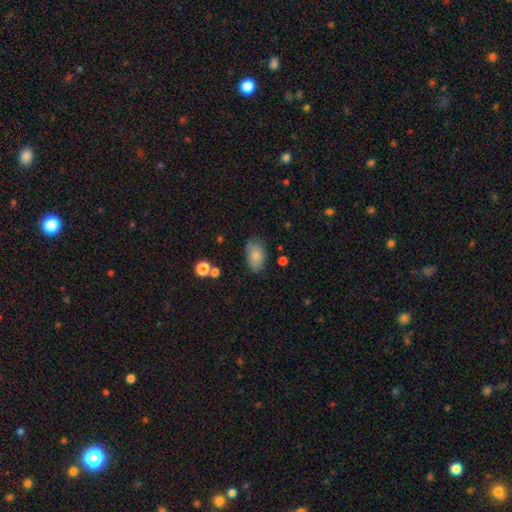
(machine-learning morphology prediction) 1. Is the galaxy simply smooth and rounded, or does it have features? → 82% smooth, 10% featured or disk, 8% star or artifact.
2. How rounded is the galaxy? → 91% in between, 7% round, 2% cigar-shaped.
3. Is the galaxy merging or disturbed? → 75% none, 18% minor disturbance, 4% major disturbance, 2% merger.